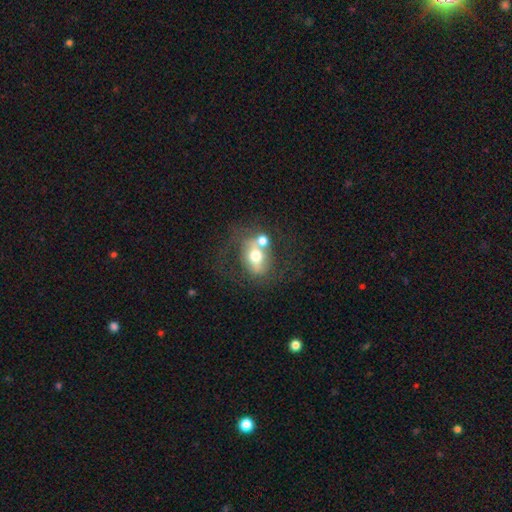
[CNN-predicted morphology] Smooth or featured? Predicted: smooth (p=0.50). How rounded? Predicted: in between (p=0.53). Merging? Predicted: merger (p=0.38).